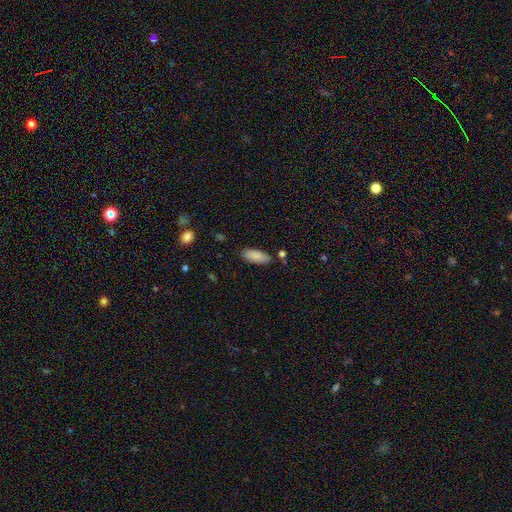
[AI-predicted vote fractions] Smooth or featured? Predicted: smooth (p=0.88). How rounded? Predicted: in between (p=0.76). Merging? Predicted: none (p=0.83).